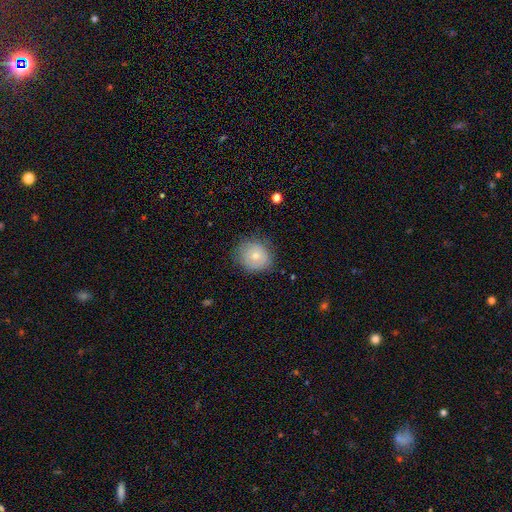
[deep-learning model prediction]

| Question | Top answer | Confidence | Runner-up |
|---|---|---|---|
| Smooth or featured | smooth | 66% | featured or disk (26%) |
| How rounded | round | 85% | in between (14%) |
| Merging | none | 78% | minor disturbance (17%) |